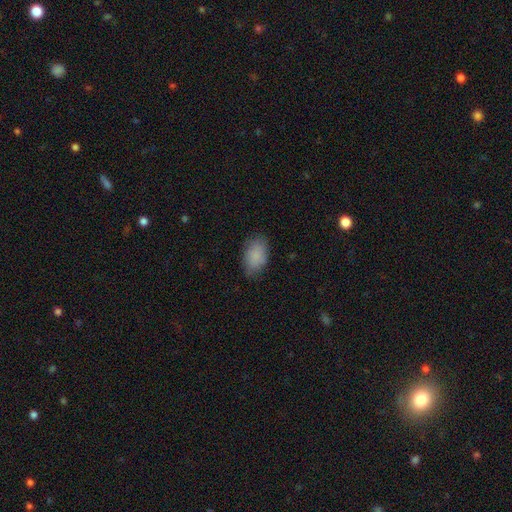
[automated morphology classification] The model was most divided on "merging": none: 78%, minor disturbance: 17%, major disturbance: 4%, merger: 1%. More confident: how rounded — in between (91%); smooth or featured — smooth (86%).